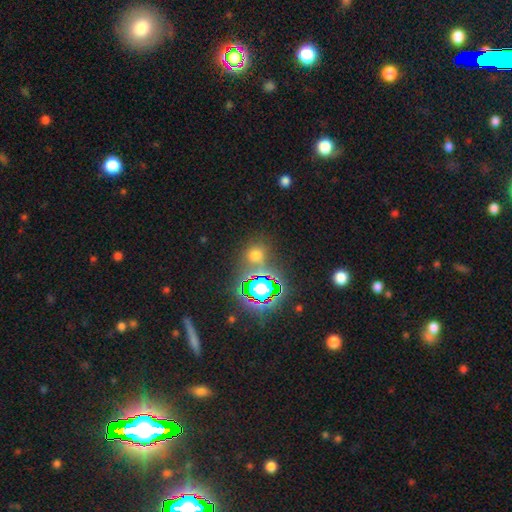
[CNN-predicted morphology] A smooth galaxy with no disk features (48%). Merging: none (72%).